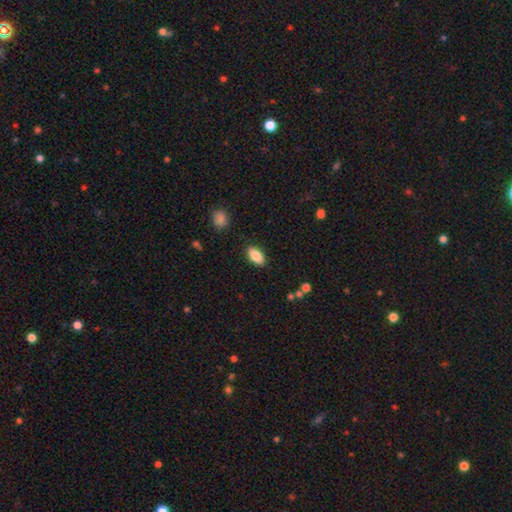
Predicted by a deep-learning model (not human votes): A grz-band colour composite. It shows a smooth galaxy with no disk features (86%) that is in between round and cigar-shaped (93%). Merging: none (87%).